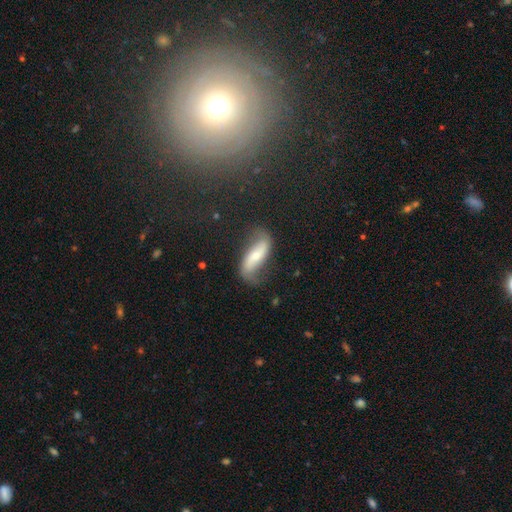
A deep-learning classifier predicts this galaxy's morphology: This appears to be a featured or disk galaxy (70%) with a strong bar (37%, tied with no), 2 (91%) loose (82%) spiral arms (89%) and a small central bulge (57%). Merging: none (63%).